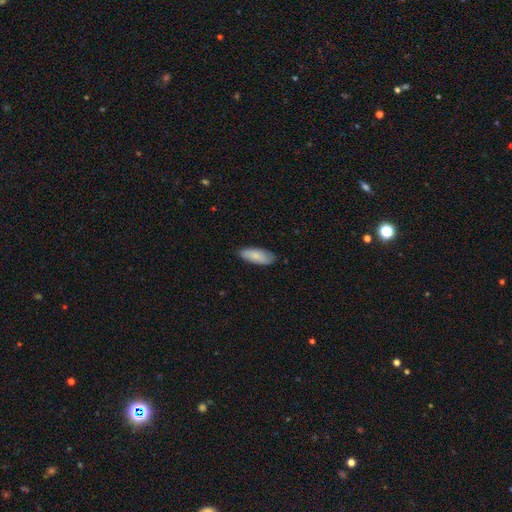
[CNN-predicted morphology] Smooth or featured: smooth — 84% (featured or disk — 10%)
How rounded: in between — 79% (cigar-shaped — 19%)
Merging: none — 84% (minor disturbance — 13%)